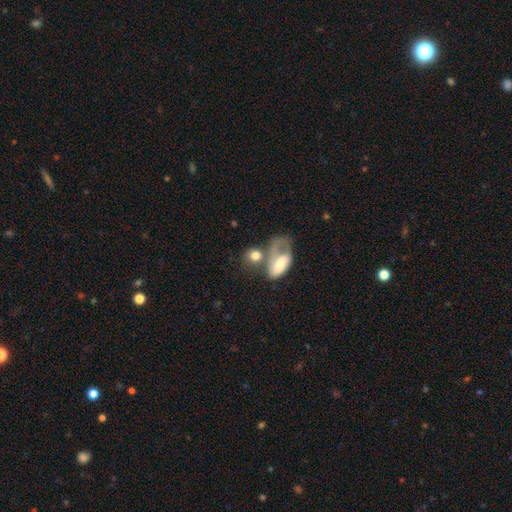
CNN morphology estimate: Q: Smooth or featured?
A: smooth (72%); runner-up: featured or disk (20%)
Q: How rounded?
A: round (54%); runner-up: in between (43%)
Q: Merging?
A: merger (42%); runner-up: none (28%)